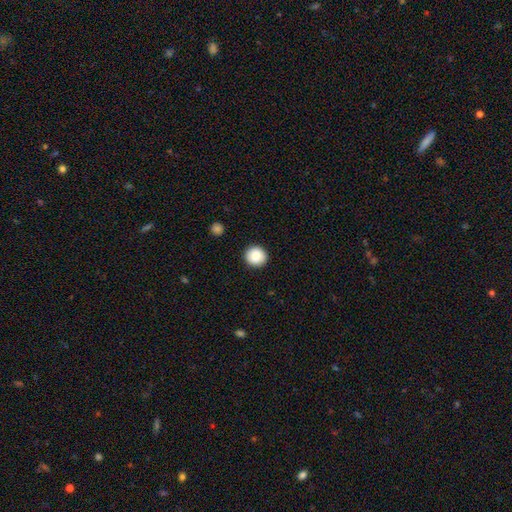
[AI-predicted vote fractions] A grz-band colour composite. It shows a smooth galaxy with no disk features (83%) that is round (93%). Merging: none (92%).